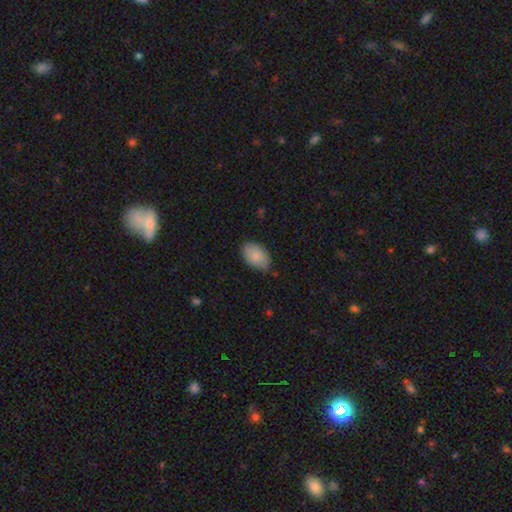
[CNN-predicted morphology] type=smooth (83%); roundness=in between (91%); merging=none (78%).